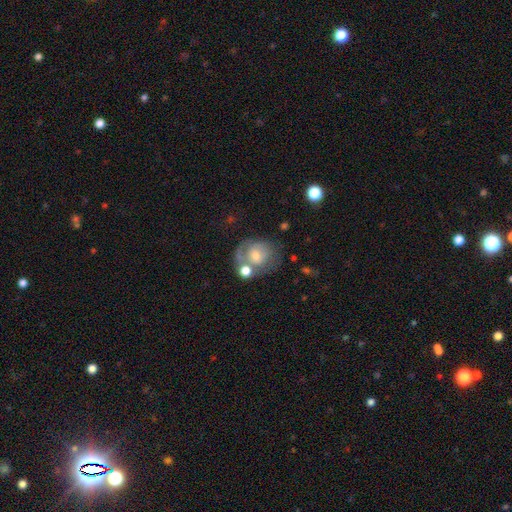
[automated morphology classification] This is possibly a smooth galaxy (46%). Merging: marginally none (41%).